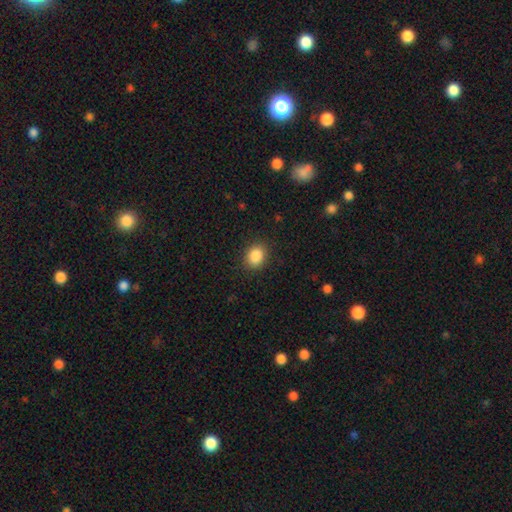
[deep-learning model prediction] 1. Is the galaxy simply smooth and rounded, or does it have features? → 87% smooth, 9% star or artifact, 4% featured or disk.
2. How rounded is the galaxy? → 53% in between, 46% round, 1% cigar-shaped.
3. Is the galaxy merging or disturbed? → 88% none, 8% minor disturbance, 3% major disturbance, 1% merger.